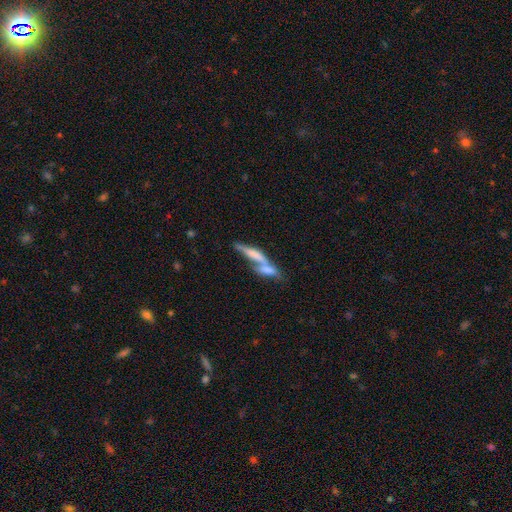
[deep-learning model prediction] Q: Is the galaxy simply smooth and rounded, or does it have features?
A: smooth — 54%.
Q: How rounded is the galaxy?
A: cigar-shaped — 68%.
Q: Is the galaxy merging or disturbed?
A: merger — 66%.